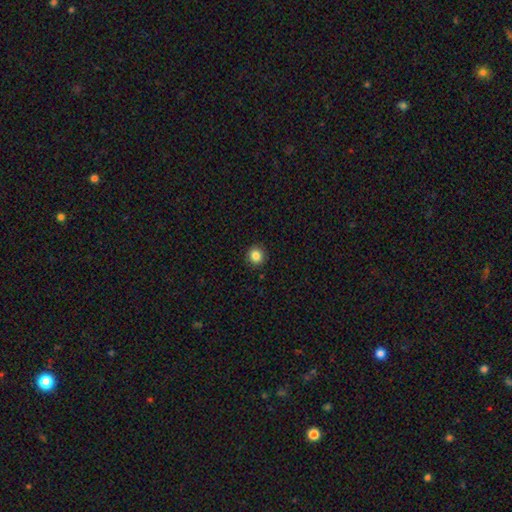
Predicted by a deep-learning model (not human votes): Morphology: type=smooth (85%); roundness=round (92%); merging=none (92%).